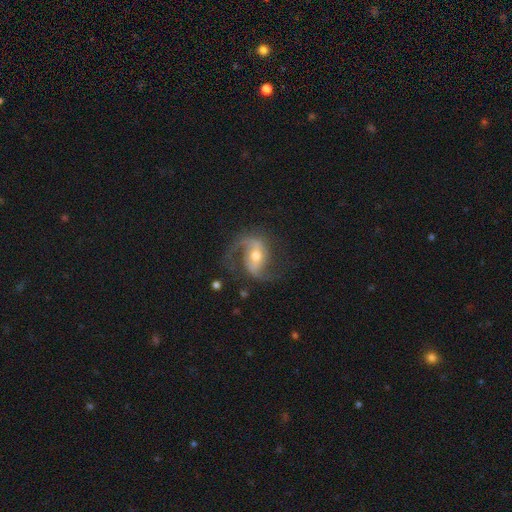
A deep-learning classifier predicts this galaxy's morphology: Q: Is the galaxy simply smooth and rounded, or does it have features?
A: featured or disk — 88%.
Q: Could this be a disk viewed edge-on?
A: no — 97%.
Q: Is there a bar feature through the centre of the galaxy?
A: weak — 41%.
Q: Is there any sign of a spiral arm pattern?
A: yes — 96%.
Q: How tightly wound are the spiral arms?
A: medium — 48%.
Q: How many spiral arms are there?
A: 2 — 85%.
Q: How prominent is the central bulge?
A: moderate — 63%.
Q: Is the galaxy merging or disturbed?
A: none — 69%.